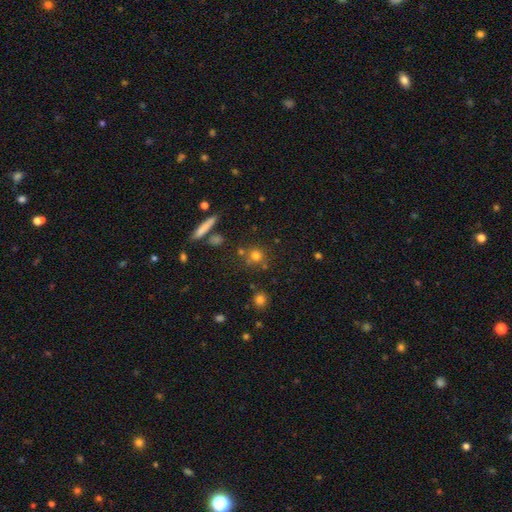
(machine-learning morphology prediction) Smooth or featured: smooth — 71% (star or artifact — 18%)
How rounded: round — 86% (in between — 11%)
Merging: none — 69% (merger — 14%)